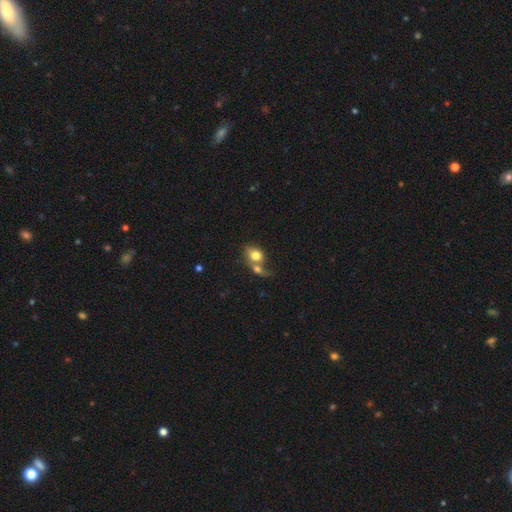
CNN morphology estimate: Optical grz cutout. It shows a smooth galaxy with no disk features (74%) that is in between round and cigar-shaped (58%). Merging: merger (64%).